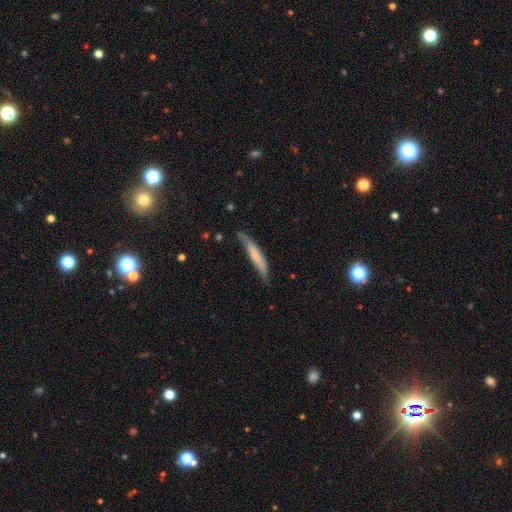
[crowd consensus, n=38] Volunteers were most divided on "merging": none: 44%, minor disturbance: 31%, major disturbance: 25%, merger: 0%. More confident: how rounded — cigar-shaped (95%); smooth or featured — smooth (58%).